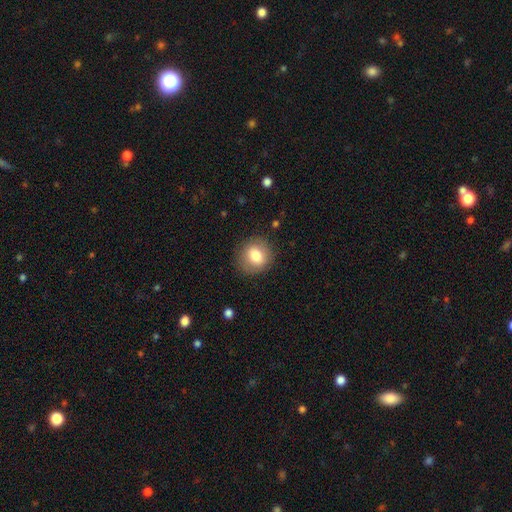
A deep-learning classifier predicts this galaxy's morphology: This is likely a smooth galaxy (78%). How rounded: likely round (79%). Merging: clearly none (85%).